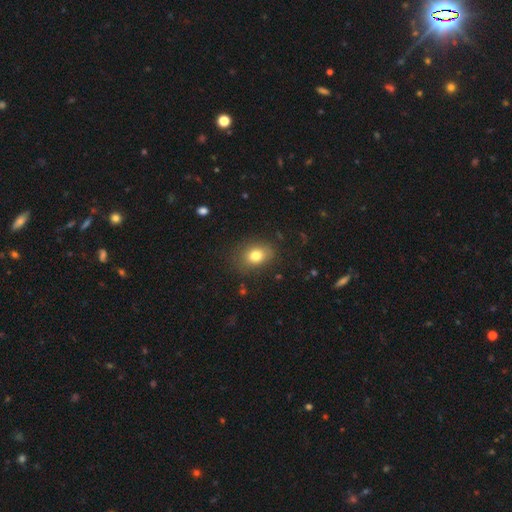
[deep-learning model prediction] This appears to be a smooth galaxy with no disk features (79%) that is in between round and cigar-shaped (64%). Merging: none (81%).